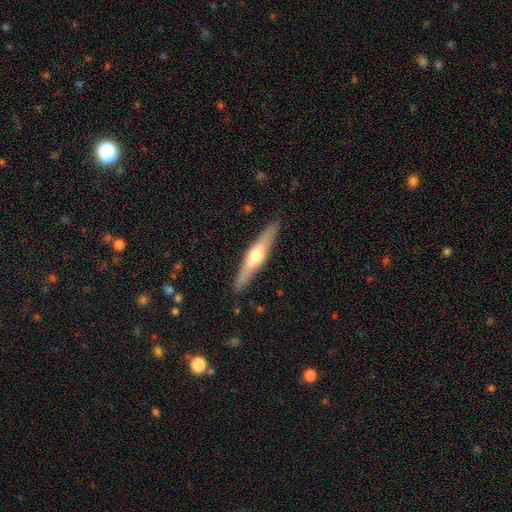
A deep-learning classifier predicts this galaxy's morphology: Q: Smooth or featured?
A: featured or disk (60%); runner-up: smooth (34%)
Q: Edge-on disk?
A: yes (94%); runner-up: no (6%)
Q: Edge-on bulge?
A: rounded (90%); runner-up: none (5%)
Q: Merging?
A: none (89%); runner-up: minor disturbance (8%)